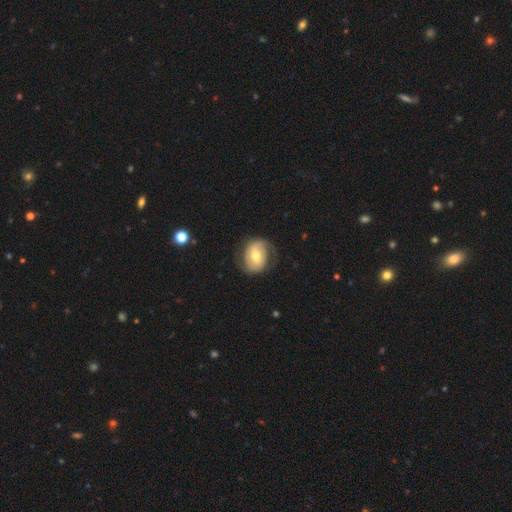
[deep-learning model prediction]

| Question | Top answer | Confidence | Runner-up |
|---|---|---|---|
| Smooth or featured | featured or disk | 59% | smooth (35%) |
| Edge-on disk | no | 96% | yes (4%) |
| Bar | weak | 41% | no (38%) |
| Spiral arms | yes | 76% | no (24%) |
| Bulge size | moderate | 72% | small (18%) |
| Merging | none | 69% | minor disturbance (20%) |